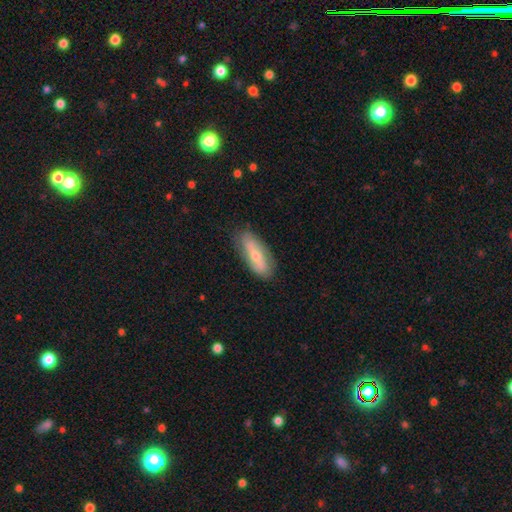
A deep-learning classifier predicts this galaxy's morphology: Smooth or featured? Predicted: featured or disk (p=0.47, tied with smooth). Merging? Predicted: none (p=0.79).